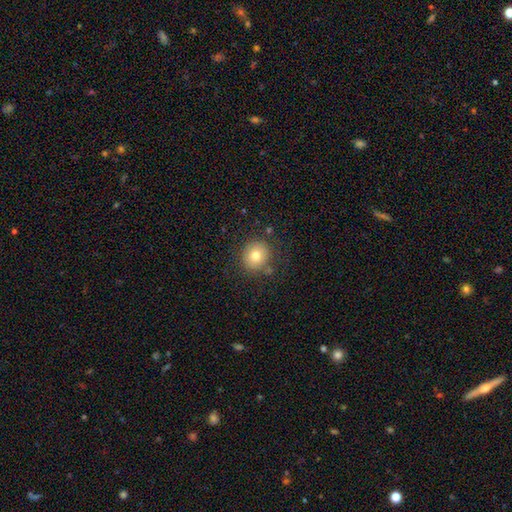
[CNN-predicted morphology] smooth_or_featured: smooth (p=0.77) [alt: featured or disk p=0.12]
how_rounded: round (p=0.85) [alt: in between p=0.14]
merging: none (p=0.83) [alt: minor disturbance p=0.10]